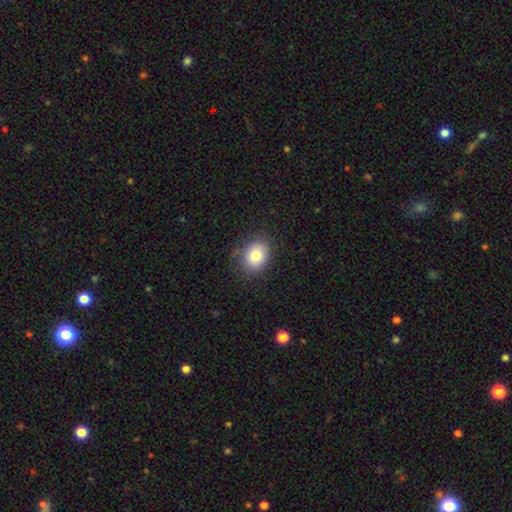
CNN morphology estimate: Overall: smooth (79%). How rounded: in between (57%; round 42%). Merging: none (83%).